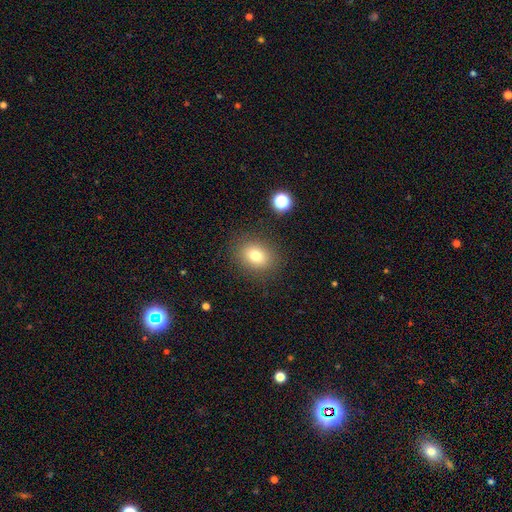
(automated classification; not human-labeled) smooth_or_featured: smooth (p=0.77) [alt: star or artifact p=0.12]
how_rounded: in between (p=0.51) [alt: round p=0.48]
merging: none (p=0.86) [alt: minor disturbance p=0.09]